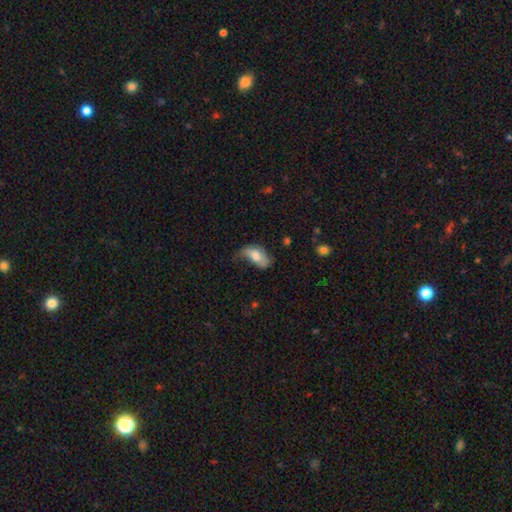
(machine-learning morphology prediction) Smooth or featured? Predicted: smooth (p=0.65). How rounded? Predicted: in between (p=0.90). Merging? Predicted: minor disturbance (p=0.38).